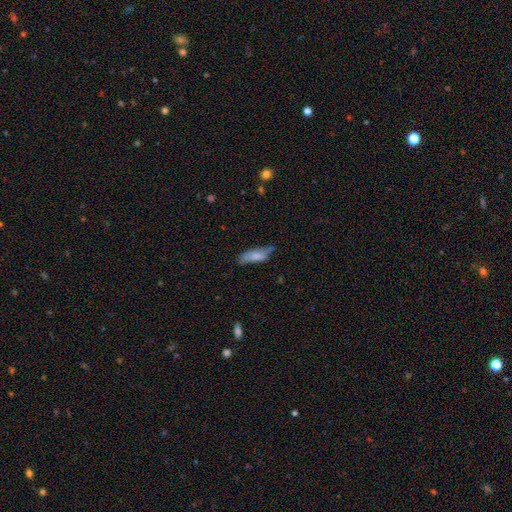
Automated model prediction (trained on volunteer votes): This appears to be a smooth galaxy with no disk features (71%) that is in between round and cigar-shaped (60%). Merging: none (56%).